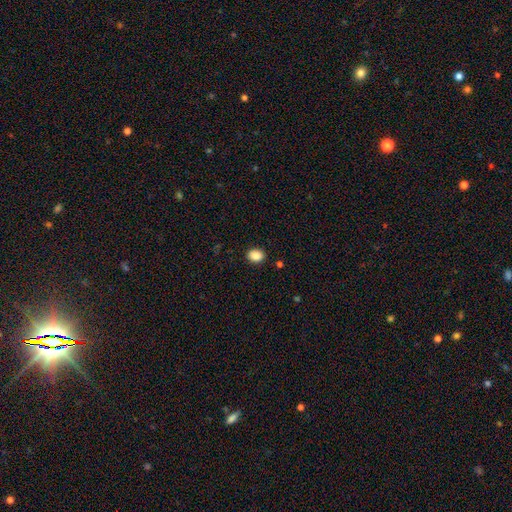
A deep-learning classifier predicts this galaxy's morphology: Overall: smooth (88%). How rounded: in between (52%; round 48%). Merging: none (89%).